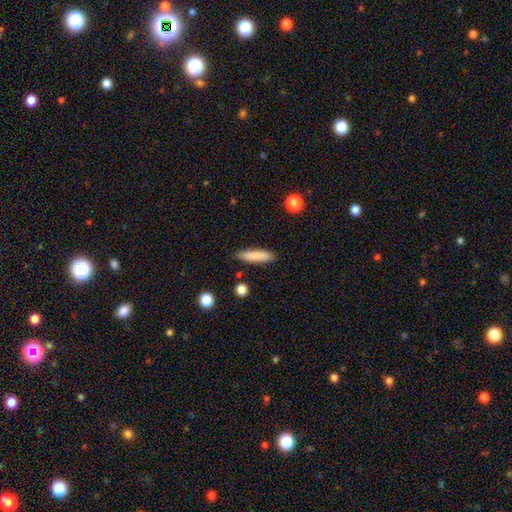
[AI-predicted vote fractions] Smooth or featured?
  - smooth: 84% *
  - featured or disk: 9%
  - star or artifact: 7%
How rounded?
  - cigar-shaped: 76% *
  - in between: 22%
  - round: 2%
Merging?
  - none: 84% *
  - minor disturbance: 11%
  - major disturbance: 2%
  - merger: 2%